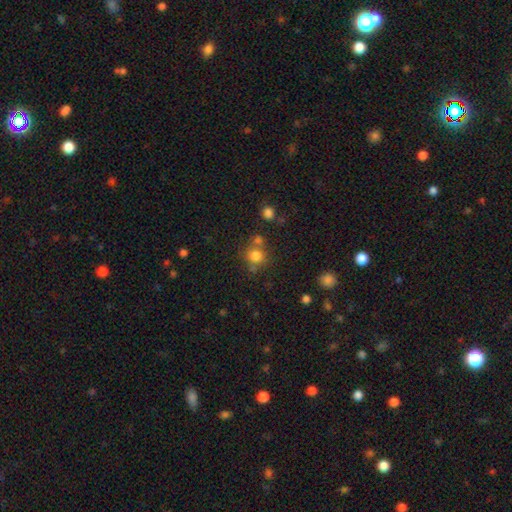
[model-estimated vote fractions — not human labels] smooth_or_featured: smooth (p=0.79) [alt: star or artifact p=0.14]
how_rounded: round (p=0.89) [alt: in between p=0.10]
merging: none (p=0.65) [alt: merger p=0.20]